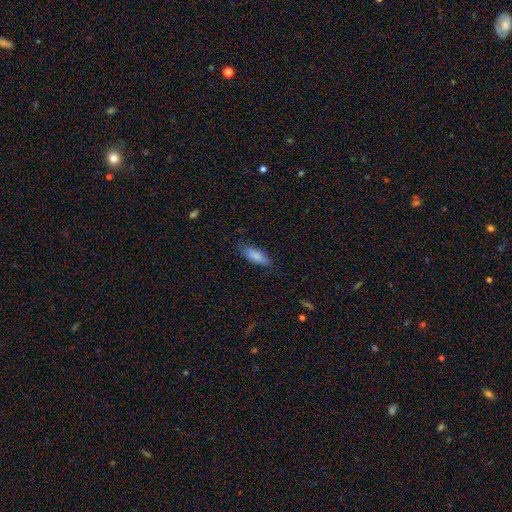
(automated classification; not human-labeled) A smooth galaxy with no disk features (82%) that is in between round and cigar-shaped (74%).

Vote fractions:
- Smooth or featured? smooth: 82% / featured or disk: 11% / star or artifact: 6%
- How rounded? in between: 74% / cigar-shaped: 24% / round: 2%
- Merging? none: 73% / minor disturbance: 21% / major disturbance: 5% / merger: 1%